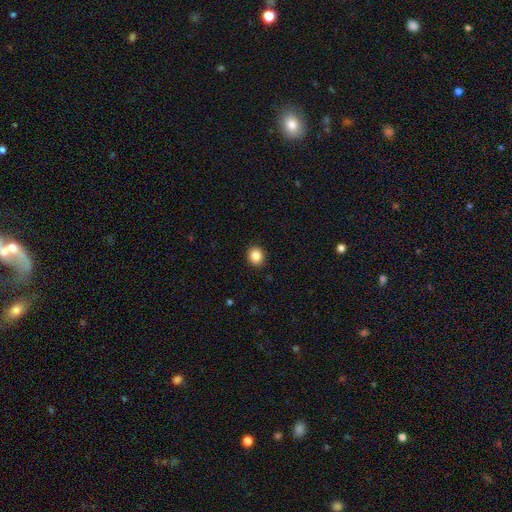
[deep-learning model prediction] The model was most divided on "how rounded": round: 80%, in between: 20%, cigar-shaped: 1%. More confident: merging — none (91%); smooth or featured — smooth (86%).